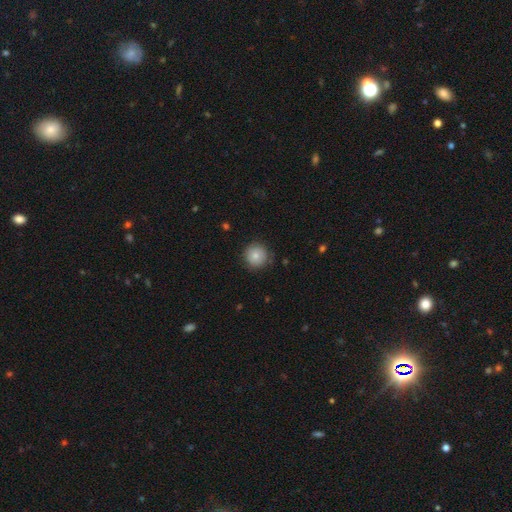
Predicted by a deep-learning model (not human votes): A smooth galaxy with no disk features (82%) that is round (95%).

Vote fractions:
- Smooth or featured? smooth: 82% / featured or disk: 10% / star or artifact: 9%
- How rounded? round: 95% / in between: 4% / cigar-shaped: 1%
- Merging? none: 85% / minor disturbance: 11% / major disturbance: 3% / merger: 1%